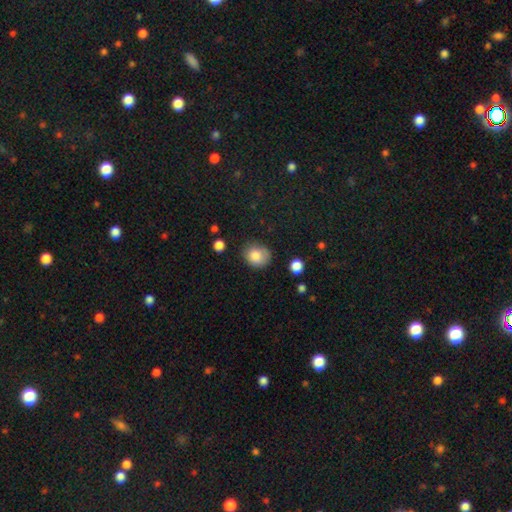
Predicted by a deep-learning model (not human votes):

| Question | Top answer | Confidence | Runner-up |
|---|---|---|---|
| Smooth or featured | smooth | 83% | star or artifact (9%) |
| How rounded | round | 63% | in between (36%) |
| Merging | none | 69% | minor disturbance (23%) |